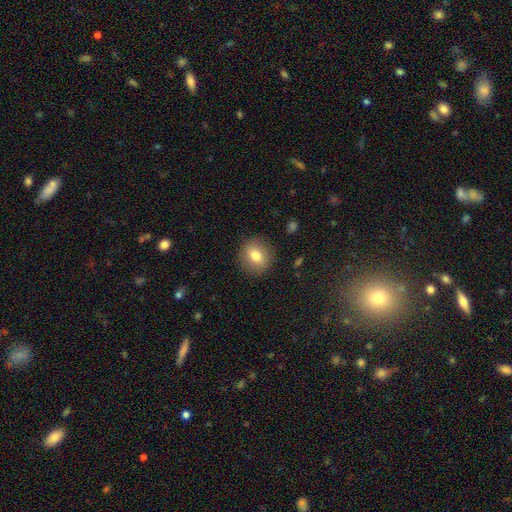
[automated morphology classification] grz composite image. It shows a smooth galaxy with no disk features (75%) that is round (77%). Merging: none (88%).